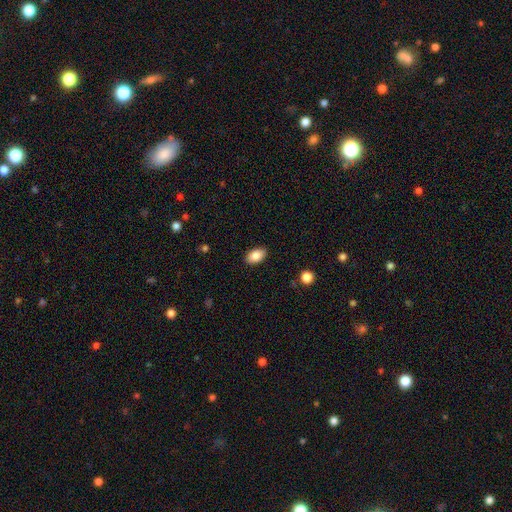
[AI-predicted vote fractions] Smooth or featured? smooth (86%)
How rounded? in between (91%)
Merging? none (88%)